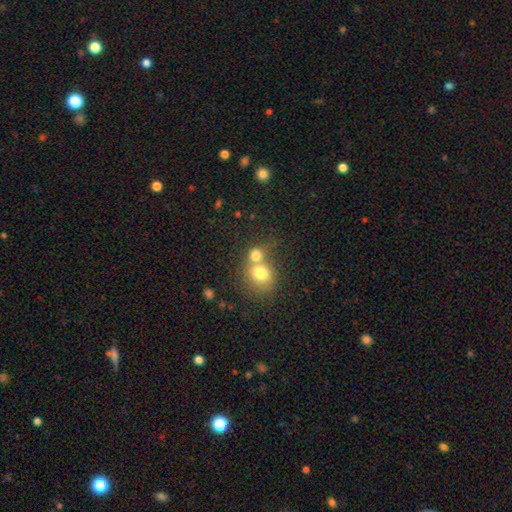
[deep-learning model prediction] Smooth or featured: smooth — 75% (featured or disk — 14%)
How rounded: round — 72% (in between — 27%)
Merging: merger — 60% (none — 30%)